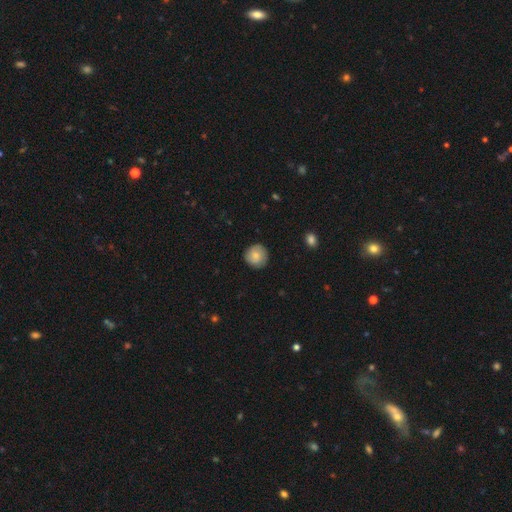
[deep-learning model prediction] Overall: smooth (80%). How rounded: round (93%). Merging: none (86%).